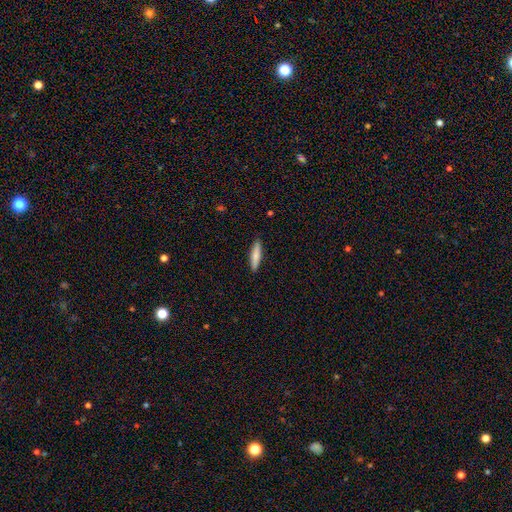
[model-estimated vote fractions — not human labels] Q: Smooth or featured?
A: smooth (77%); runner-up: featured or disk (18%)
Q: How rounded?
A: cigar-shaped (84%); runner-up: in between (14%)
Q: Merging?
A: none (90%); runner-up: minor disturbance (7%)